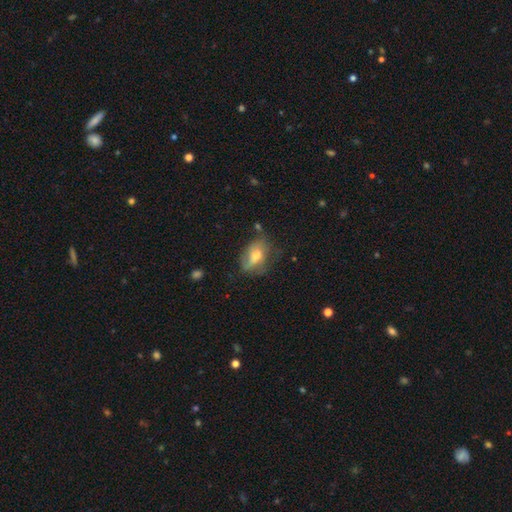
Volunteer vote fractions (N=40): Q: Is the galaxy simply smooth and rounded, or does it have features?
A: smooth — 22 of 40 (55%).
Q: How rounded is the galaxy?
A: in between — 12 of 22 (55%).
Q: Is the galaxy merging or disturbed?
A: none — 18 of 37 (49%).